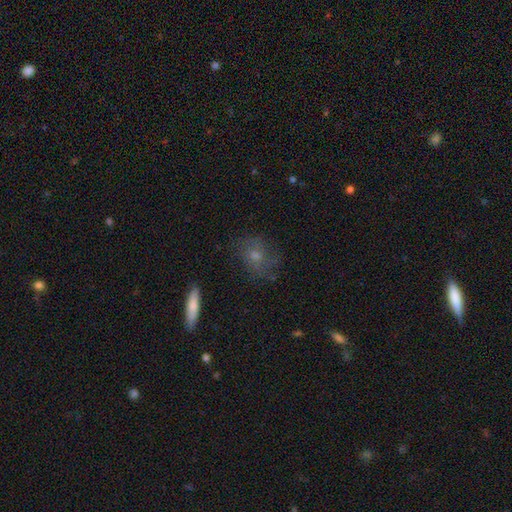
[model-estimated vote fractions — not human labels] smooth_or_featured: smooth (p=0.47) [alt: featured or disk p=0.40]
merging: none (p=0.65) [alt: minor disturbance p=0.20]